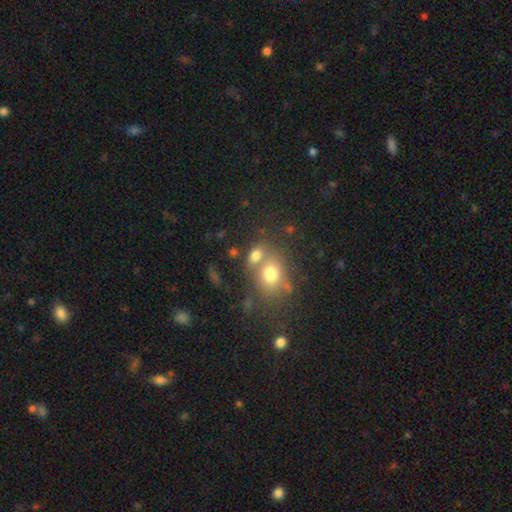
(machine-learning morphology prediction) A smooth galaxy with no disk features (73%) that is in between round and cigar-shaped (67%). Merging: merger (44%).